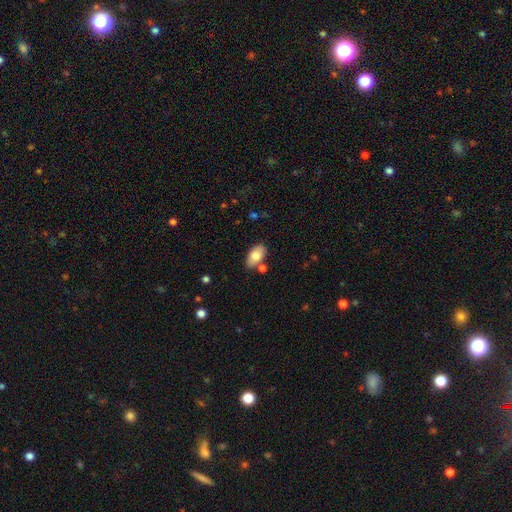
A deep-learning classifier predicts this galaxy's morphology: Smooth or featured? smooth (79%)
How rounded? in between (93%)
Merging? none (74%)